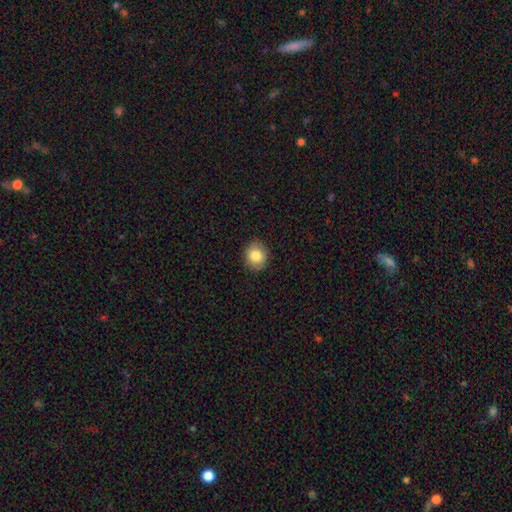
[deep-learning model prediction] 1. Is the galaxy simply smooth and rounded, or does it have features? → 84% smooth, 9% star or artifact, 8% featured or disk.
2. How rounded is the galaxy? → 71% round, 28% in between, 1% cigar-shaped.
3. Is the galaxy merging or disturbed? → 89% none, 8% minor disturbance, 2% major disturbance, 1% merger.